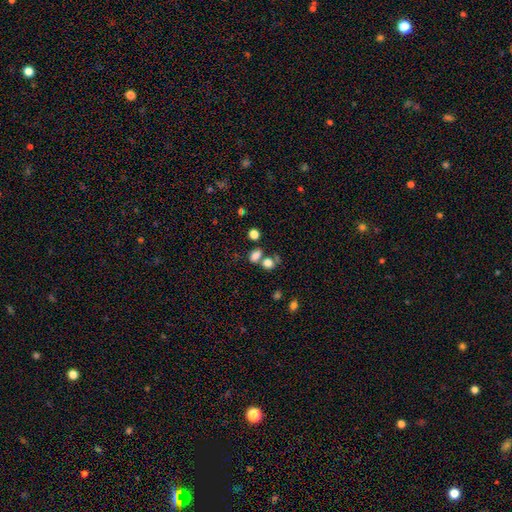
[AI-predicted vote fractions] Smooth or featured? Predicted: smooth (p=0.77). How rounded? Predicted: in between (p=0.68). Merging? Predicted: none (p=0.45).